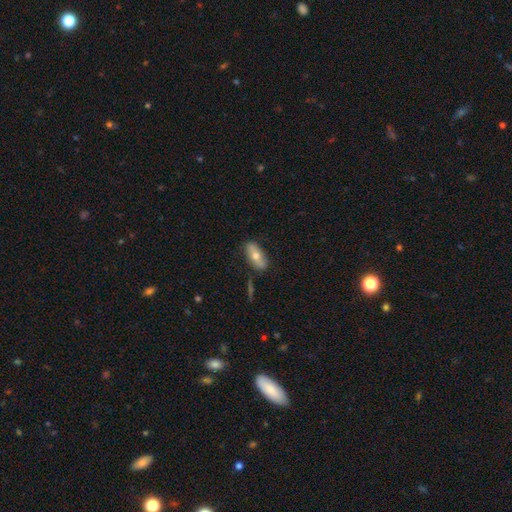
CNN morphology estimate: This appears to be a smooth galaxy with no disk features (64%) that is in between round and cigar-shaped (84%). Merging: none (80%).